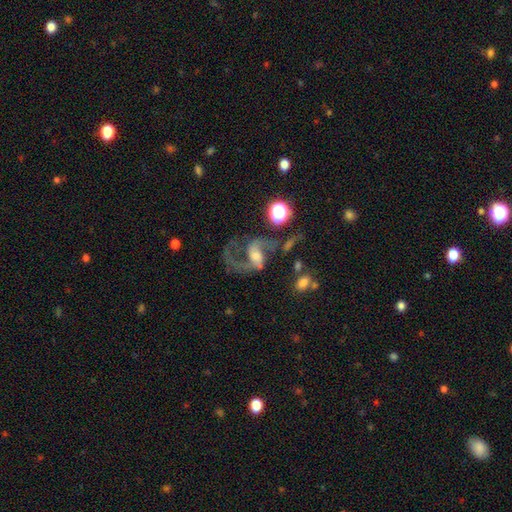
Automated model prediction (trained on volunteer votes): The model was most divided on "bar": weak: 46%, no: 36%, strong: 18%. Remaining: edge-on disk — no (97%); spiral arms — yes (94%); spiral arm count — 2 (85%); smooth or featured — featured or disk (82%); spiral winding — loose (56%); merging — none (48%); bulge size — moderate (41%).